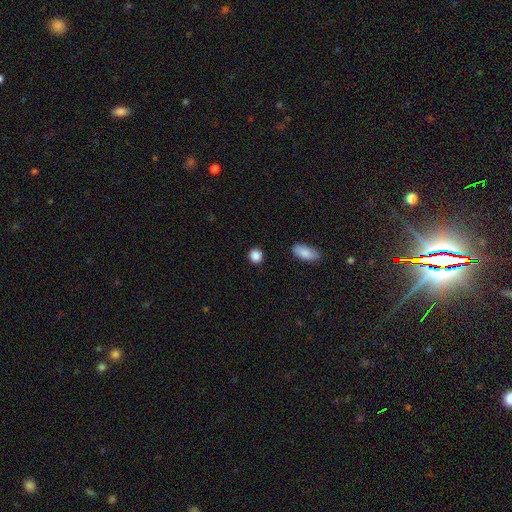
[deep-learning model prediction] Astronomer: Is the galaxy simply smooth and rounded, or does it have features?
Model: smooth — 88%.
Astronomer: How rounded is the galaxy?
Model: round — 84%.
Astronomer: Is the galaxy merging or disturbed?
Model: none — 89%.